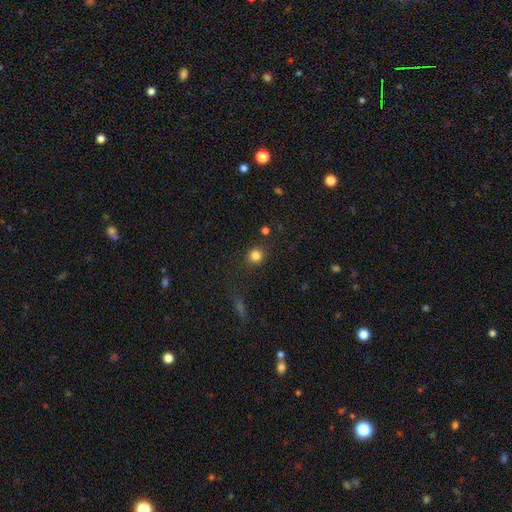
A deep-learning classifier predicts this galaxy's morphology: A smooth galaxy with no disk features (82%) that is round (90%). Merging: none (85%).